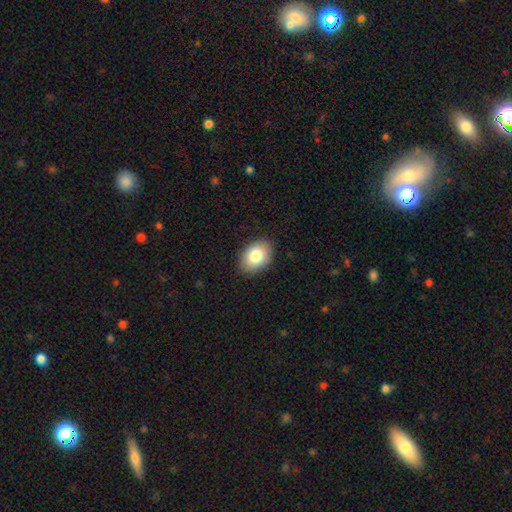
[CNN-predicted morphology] smooth 83%, featured or disk 10%, star or artifact 7%. Down the decision tree: how rounded — in between (80%); merging — none (87%).